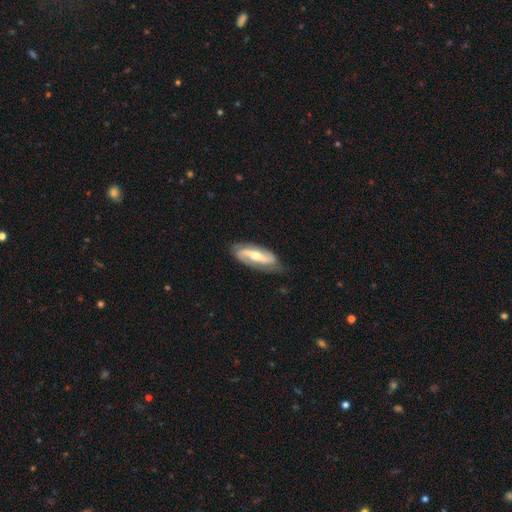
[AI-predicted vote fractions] Q: Smooth or featured?
A: featured or disk (79%); runner-up: smooth (16%)
Q: Edge-on disk?
A: no (90%); runner-up: yes (10%)
Q: Bar?
A: strong (41%); runner-up: weak (32%)
Q: Spiral arms?
A: yes (92%); runner-up: no (8%)
Q: Spiral winding?
A: loose (46%); runner-up: medium (36%)
Q: Spiral arm count?
A: 2 (89%); runner-up: can't tell (5%)
Q: Bulge size?
A: moderate (64%); runner-up: small (28%)
Q: Merging?
A: none (77%); runner-up: minor disturbance (17%)